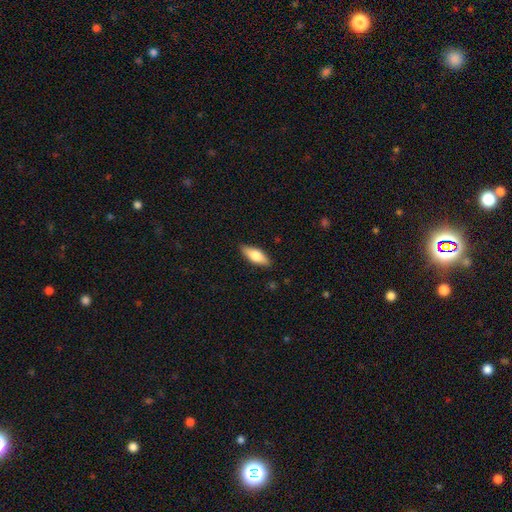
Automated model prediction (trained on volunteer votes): Smooth or featured?
  - smooth: 69% *
  - featured or disk: 26%
  - star or artifact: 6%
How rounded?
  - in between: 72% *
  - cigar-shaped: 25%
  - round: 2%
Merging?
  - none: 87% *
  - minor disturbance: 10%
  - major disturbance: 2%
  - merger: 1%